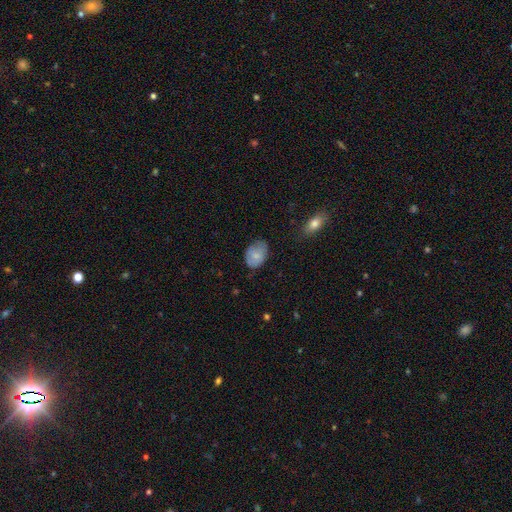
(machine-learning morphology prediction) This is likely a smooth galaxy (74%). How rounded: likely in between (79%). Merging: likely none (64%).